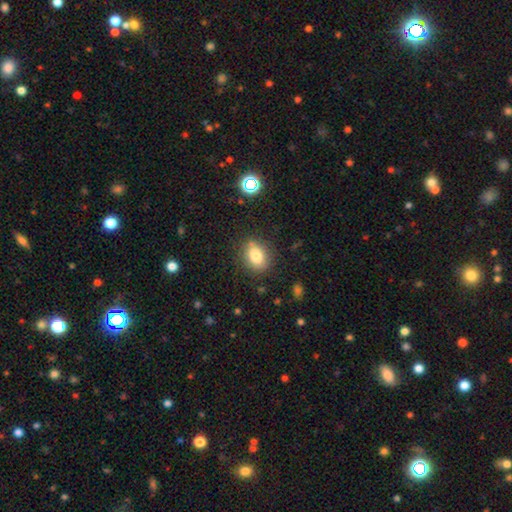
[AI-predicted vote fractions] A smooth galaxy with no disk features (79%) that is in between round and cigar-shaped (61%).

Vote fractions:
- Smooth or featured? smooth: 79% / star or artifact: 11% / featured or disk: 10%
- How rounded? in between: 61% / round: 37% / cigar-shaped: 2%
- Merging? none: 83% / minor disturbance: 12% / major disturbance: 3% / merger: 2%